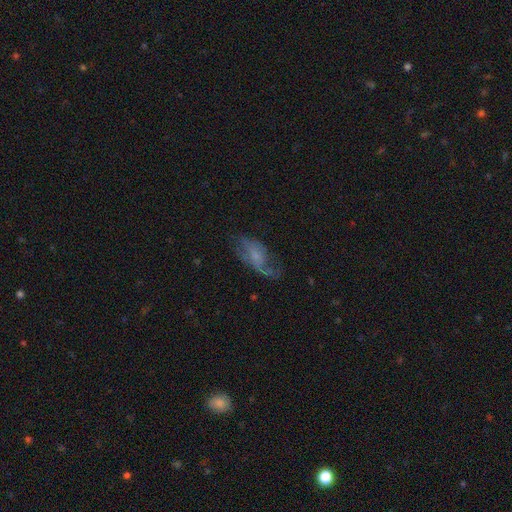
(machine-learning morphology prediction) A featured or disk galaxy (64%) with no bar (59%), spiral arms (81%) and a small central bulge (47%).

Vote fractions:
- Smooth or featured? featured or disk: 64% / smooth: 26% / star or artifact: 9%
- Edge-on disk? no: 93% / yes: 7%
- Bar? no: 59% / weak: 34% / strong: 7%
- Spiral arms? yes: 81% / no: 19%
- Bulge size? small: 47% / none: 26% / moderate: 22% / large: 3% / dominant: 1%
- Merging? none: 48% / major disturbance: 26% / minor disturbance: 24% / merger: 2%